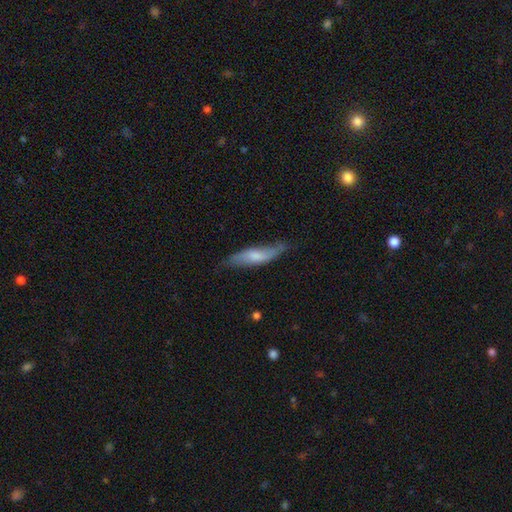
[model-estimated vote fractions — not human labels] Smooth or featured? Predicted: smooth (p=0.56). How rounded? Predicted: cigar-shaped (p=0.69). Merging? Predicted: none (p=0.65).